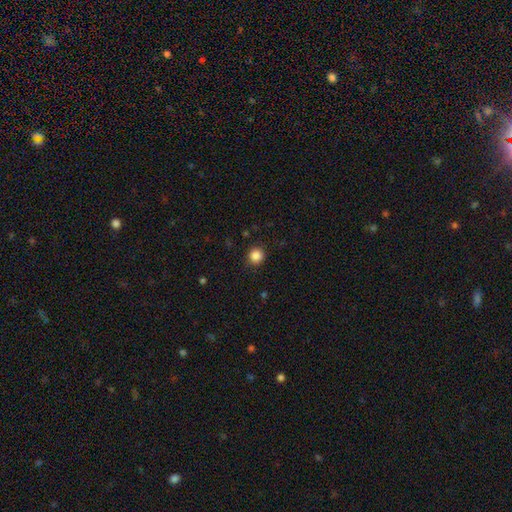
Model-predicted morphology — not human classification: The model was most divided on "smooth or featured": smooth: 86%, star or artifact: 11%, featured or disk: 3%. More confident: how rounded — round (92%); merging — none (89%).